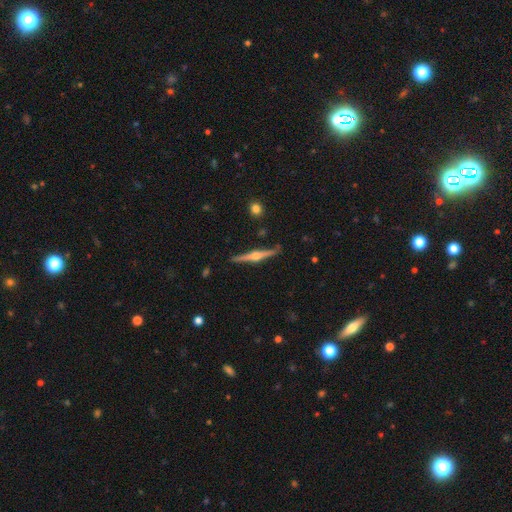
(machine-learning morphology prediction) featured or disk 82%, smooth 13%, star or artifact 5%. Down the decision tree: edge-on disk — yes (98%); edge-on bulge — rounded (94%); merging — none (89%).